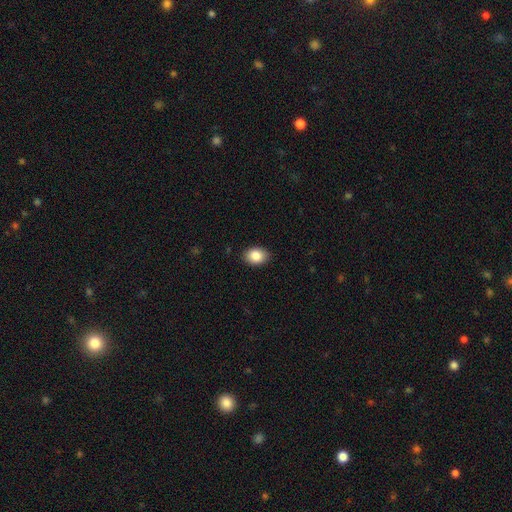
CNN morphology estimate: Q: Smooth or featured?
A: smooth (86%); runner-up: star or artifact (8%)
Q: How rounded?
A: in between (72%); runner-up: round (27%)
Q: Merging?
A: none (87%); runner-up: minor disturbance (10%)